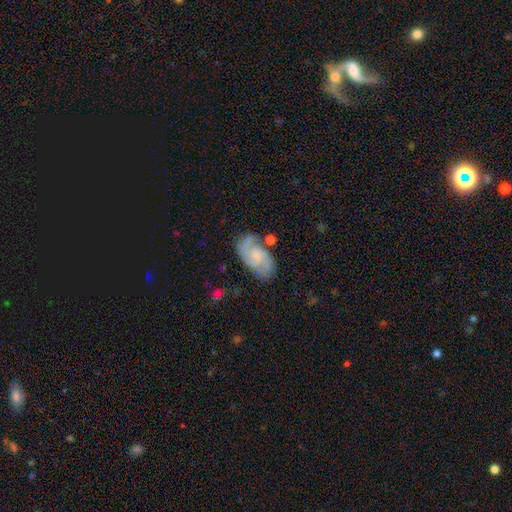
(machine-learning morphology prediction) This is likely a featured or disk galaxy (80%). It is clearly not viewed edge-on (97%). Bar: possibly no (55%). Spiral arm pattern: clearly yes (96%). Spiral arm count: clearly 2 (86%). Spiral winding: possibly medium (50%). Central bulge: possibly none (47%). Merging: likely none (72%).